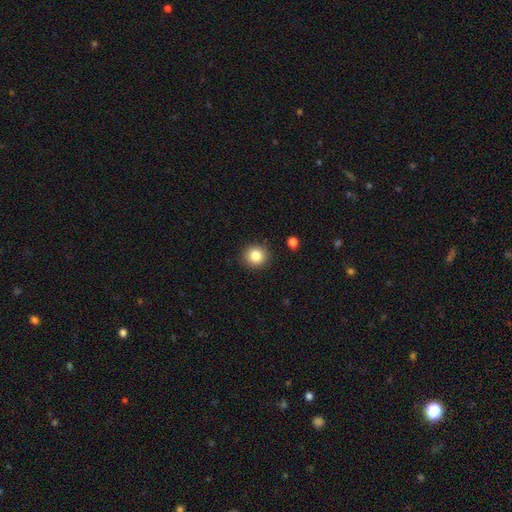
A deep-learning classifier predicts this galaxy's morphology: Smooth or featured: smooth — 84% (star or artifact — 10%)
How rounded: round — 91% (in between — 8%)
Merging: none — 89% (minor disturbance — 7%)